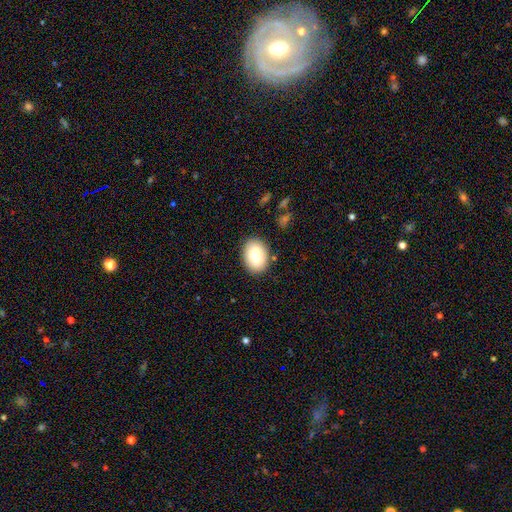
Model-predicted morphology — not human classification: Smooth or featured? Predicted: smooth (p=0.78). How rounded? Predicted: in between (p=0.78). Merging? Predicted: none (p=0.87).